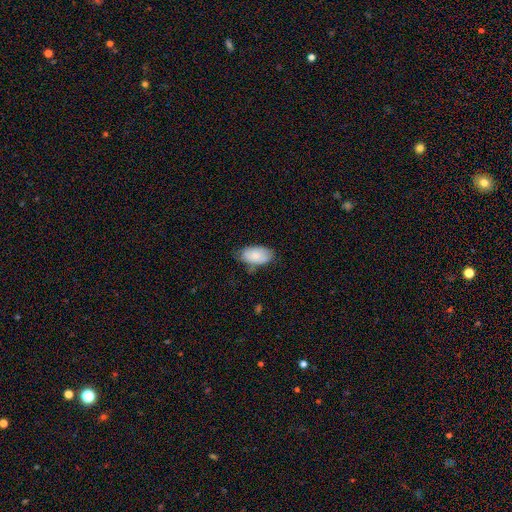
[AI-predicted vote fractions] Smooth or featured: smooth — 81% (featured or disk — 13%)
How rounded: in between — 95% (round — 4%)
Merging: none — 62% (minor disturbance — 29%)